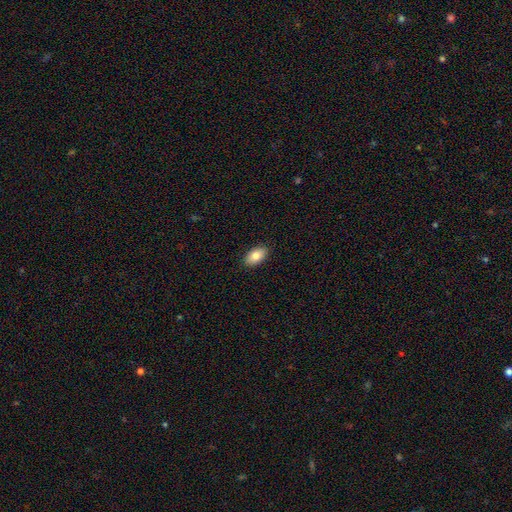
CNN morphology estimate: Smooth or featured? Predicted: smooth (p=0.84). How rounded? Predicted: in between (p=0.94). Merging? Predicted: none (p=0.89).